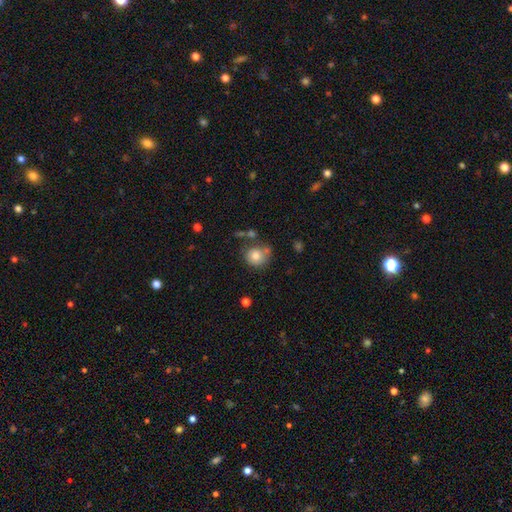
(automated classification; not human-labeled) The model was most divided on "merging": none: 57%, minor disturbance: 20%, merger: 14%, major disturbance: 8%. More confident: how rounded — round (82%); smooth or featured — smooth (79%).